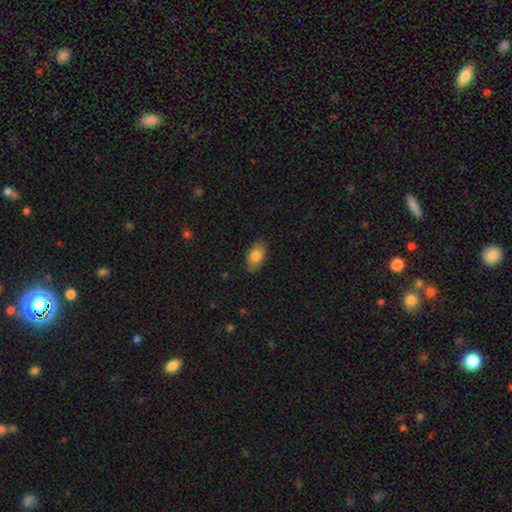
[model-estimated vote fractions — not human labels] This appears to be a smooth galaxy with no disk features (81%) that is in between round and cigar-shaped (92%). Merging: none (84%).